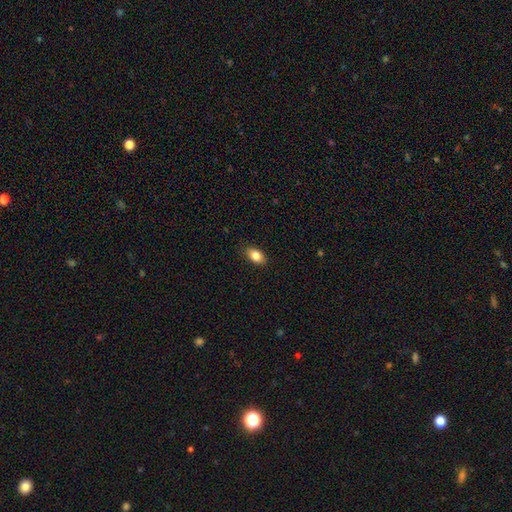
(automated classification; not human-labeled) Morphology: type=smooth (84%); roundness=in between (88%); merging=none (87%).